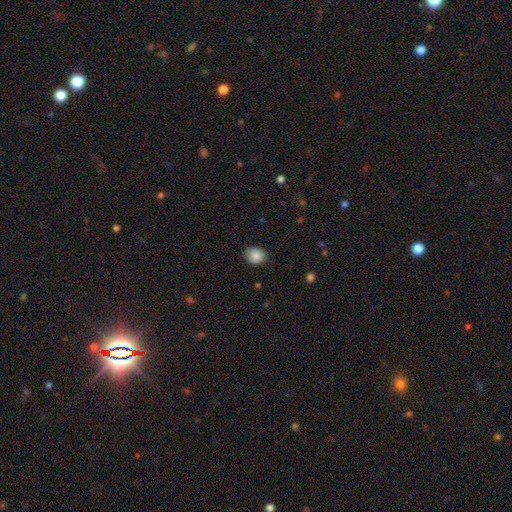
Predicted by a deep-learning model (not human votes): Smooth or featured? Predicted: smooth (p=0.86). How rounded? Predicted: round (p=0.59). Merging? Predicted: none (p=0.82).